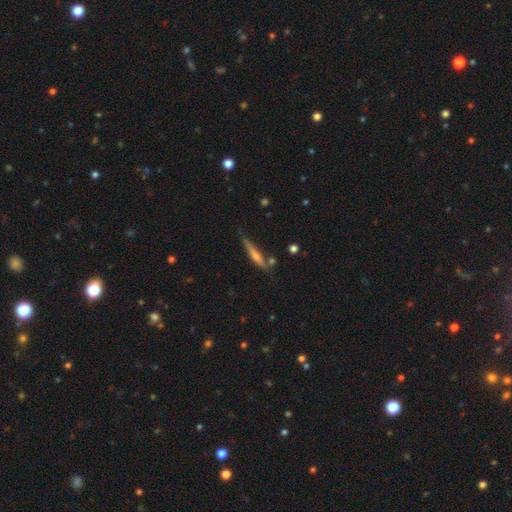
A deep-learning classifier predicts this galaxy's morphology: Overall: featured or disk (51%; smooth 41%). Edge-on disk: yes (94%). Merging: none (71%).